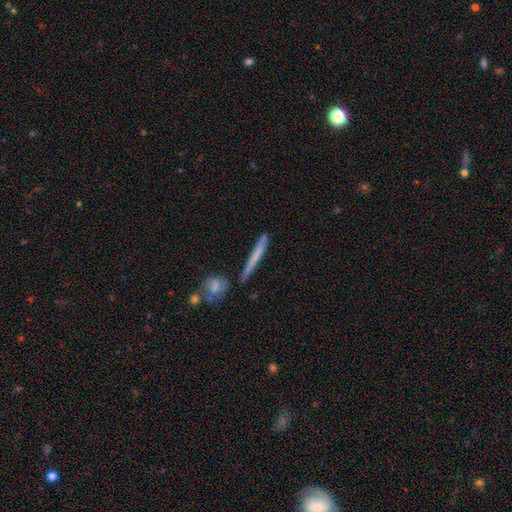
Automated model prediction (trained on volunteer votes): This appears to be a smooth galaxy with no disk features (60%) that is cigar-shaped (96%). Merging: none (78%).